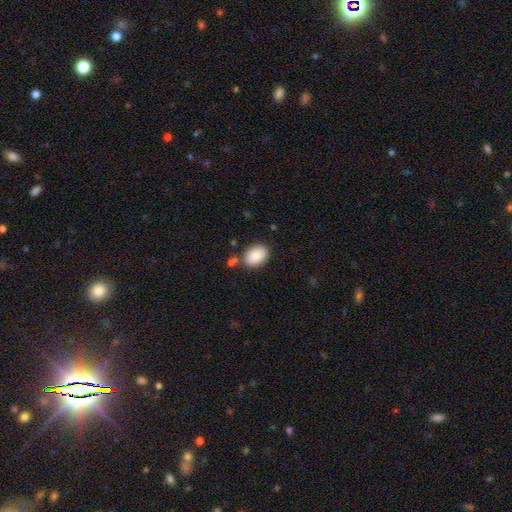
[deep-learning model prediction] Smooth or featured? smooth (88%)
How rounded? in between (86%)
Merging? none (79%)